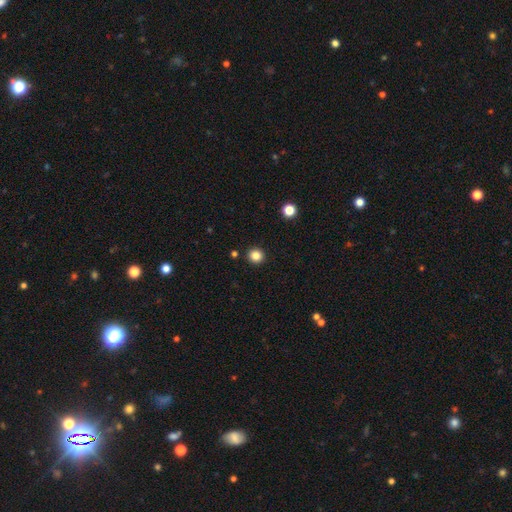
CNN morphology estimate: This appears to be a smooth galaxy with no disk features (84%) that is round (90%). Merging: none (92%).